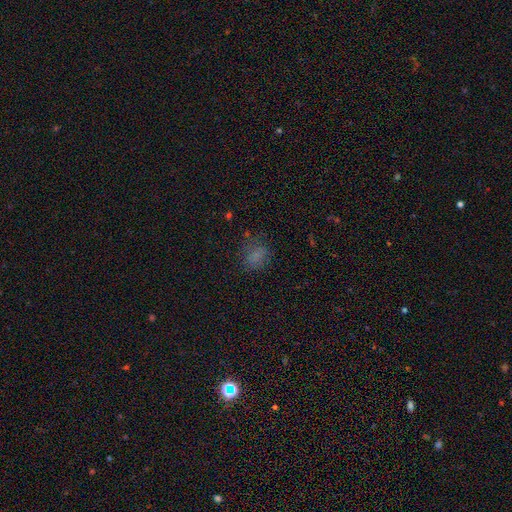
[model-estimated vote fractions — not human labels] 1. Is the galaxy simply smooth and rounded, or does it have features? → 69% smooth, 20% star or artifact, 10% featured or disk.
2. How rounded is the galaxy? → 51% round, 47% in between, 1% cigar-shaped.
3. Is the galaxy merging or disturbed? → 69% none, 19% minor disturbance, 10% major disturbance, 2% merger.